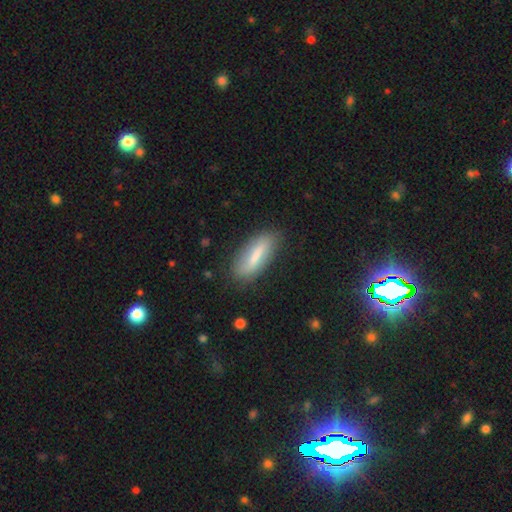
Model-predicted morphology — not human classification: This appears to be a smooth galaxy with no disk features (65%) that is in between round and cigar-shaped (55%). Merging: none (81%).